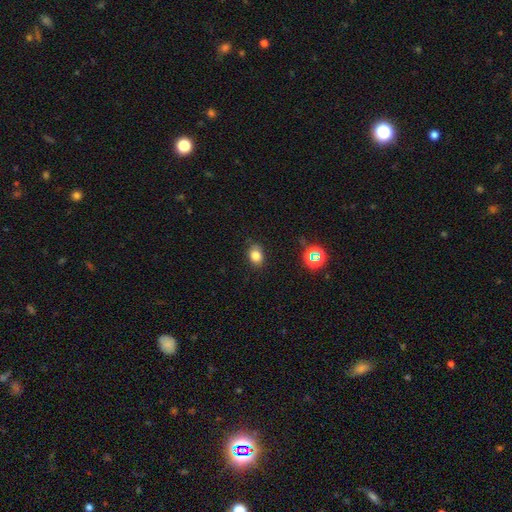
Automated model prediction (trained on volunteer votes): Overall: smooth (79%). How rounded: in between (64%; round 35%). Merging: none (81%).